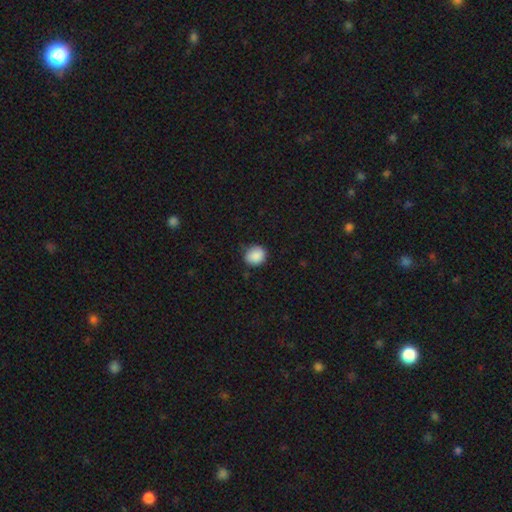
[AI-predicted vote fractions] Smooth or featured? smooth (88%)
How rounded? round (76%)
Merging? none (82%)